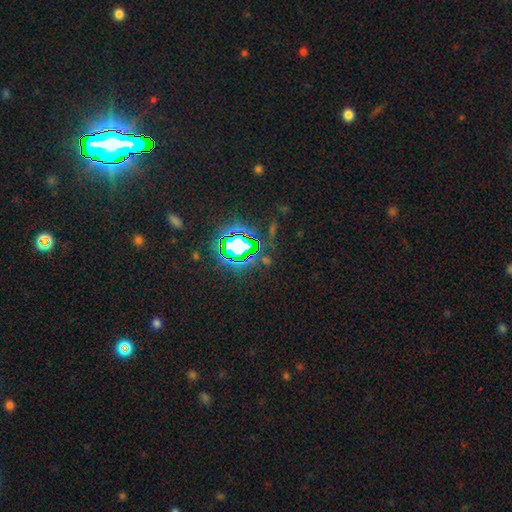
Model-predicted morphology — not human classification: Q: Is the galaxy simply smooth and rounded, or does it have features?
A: star or artifact — 83%.